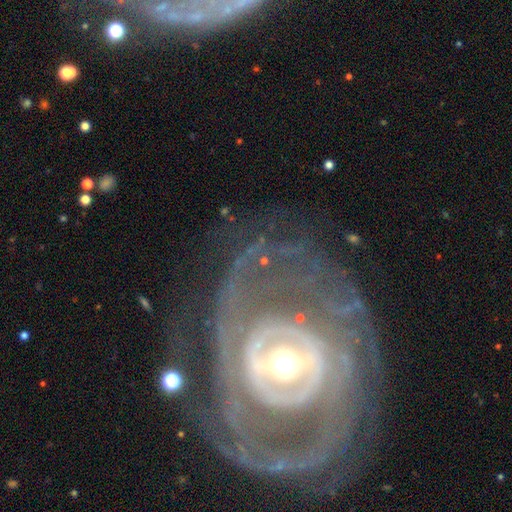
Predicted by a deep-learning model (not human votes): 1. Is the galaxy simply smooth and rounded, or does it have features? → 85% featured or disk, 8% smooth, 7% star or artifact.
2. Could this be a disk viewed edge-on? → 94% no, 6% yes.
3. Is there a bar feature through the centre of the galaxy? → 43% strong, 30% weak, 27% no.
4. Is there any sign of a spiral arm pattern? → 77% yes, 23% no.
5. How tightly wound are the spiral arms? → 68% tight, 22% medium, 9% loose.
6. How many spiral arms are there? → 43% can't tell, 21% 2, 11% 3, 9% more than 4, 9% 4, 7% 1.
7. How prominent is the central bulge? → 62% moderate, 22% small, 13% large, 2% dominant, 1% none.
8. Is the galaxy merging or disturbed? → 65% none, 18% major disturbance, 15% minor disturbance, 3% merger.